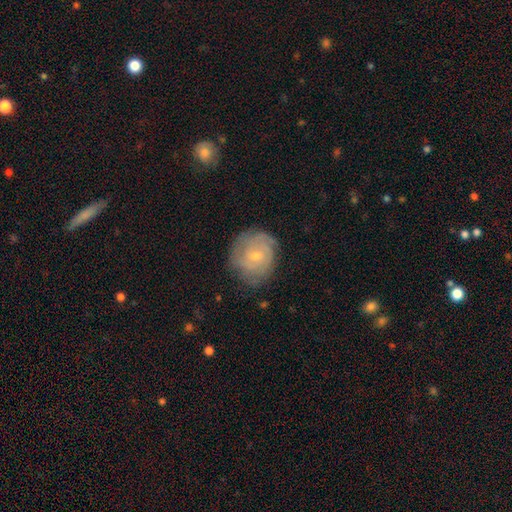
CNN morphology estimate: featured or disk 63%, smooth 29%, star or artifact 8%. Down the decision tree: edge-on disk — no (97%); bar — no (66%); spiral arms — yes (85%); spiral arm count — can't tell (49%); spiral winding — tight (66%); bulge size — small (65%); merging — none (72%).